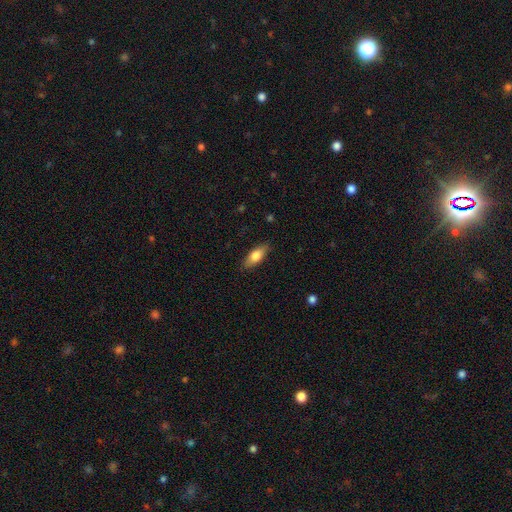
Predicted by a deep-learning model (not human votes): Q: Smooth or featured?
A: smooth (73%); runner-up: featured or disk (21%)
Q: How rounded?
A: in between (75%); runner-up: cigar-shaped (22%)
Q: Merging?
A: none (86%); runner-up: minor disturbance (11%)